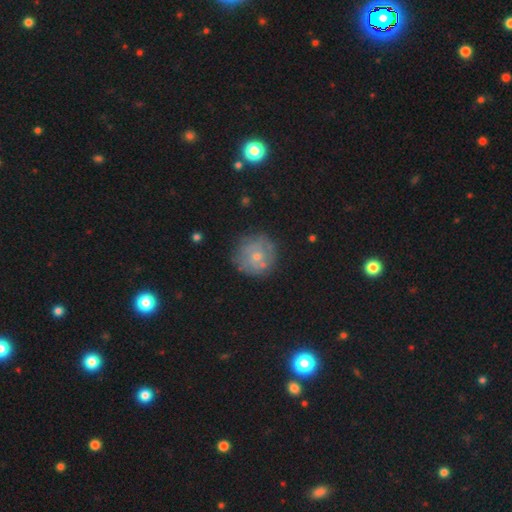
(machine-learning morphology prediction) A featured or disk galaxy (45%). Merging: none (77%).